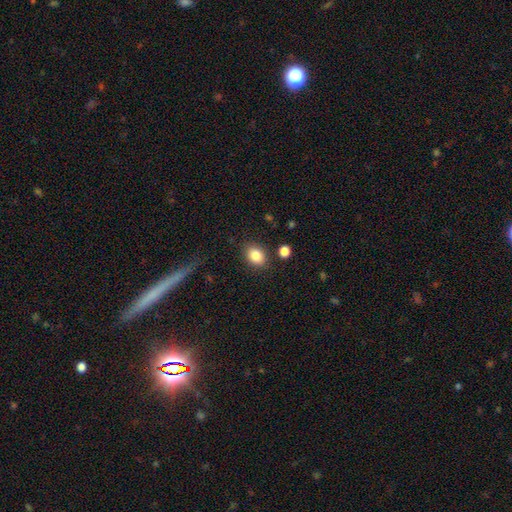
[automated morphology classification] type=smooth (85%); roundness=in between (67%); merging=none (83%).